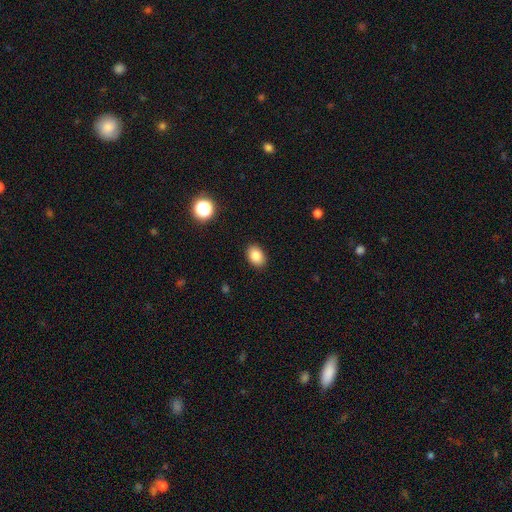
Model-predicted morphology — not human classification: smooth_or_featured: smooth (p=0.85) [alt: star or artifact p=0.09]
how_rounded: in between (p=0.79) [alt: round p=0.20]
merging: none (p=0.89) [alt: minor disturbance p=0.08]